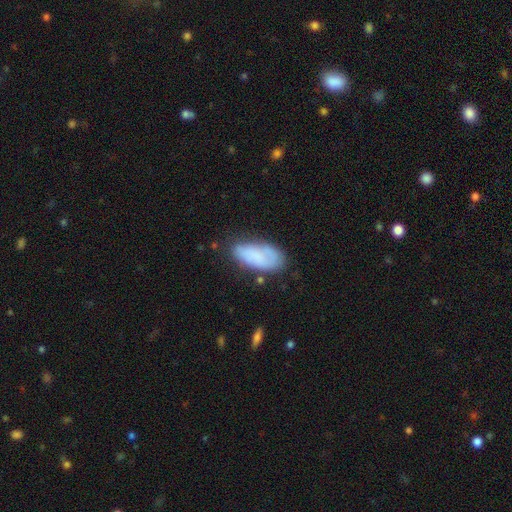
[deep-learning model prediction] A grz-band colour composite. It shows a smooth galaxy with no disk features (72%) that is in between round and cigar-shaped (89%). Merging: none (63%).